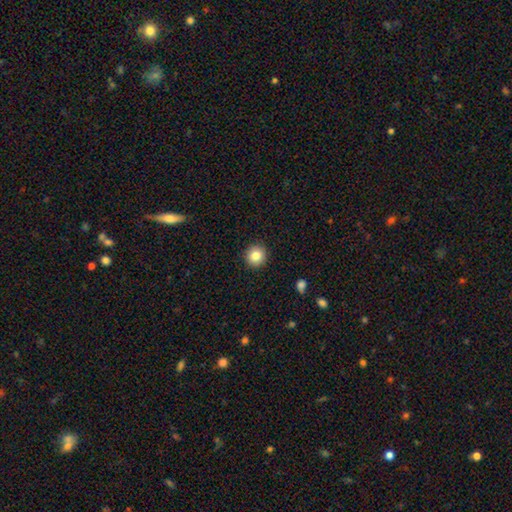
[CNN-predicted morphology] Q: Smooth or featured?
A: smooth (84%); runner-up: star or artifact (10%)
Q: How rounded?
A: round (95%); runner-up: in between (4%)
Q: Merging?
A: none (92%); runner-up: minor disturbance (5%)